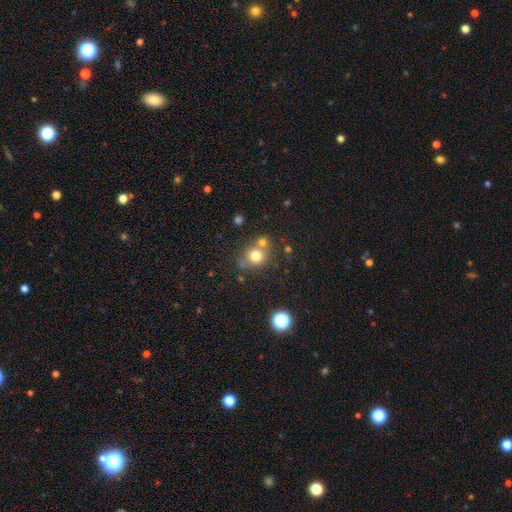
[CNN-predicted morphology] This appears to be a smooth galaxy with no disk features (75%) that is round (76%). Merging: none (54%).